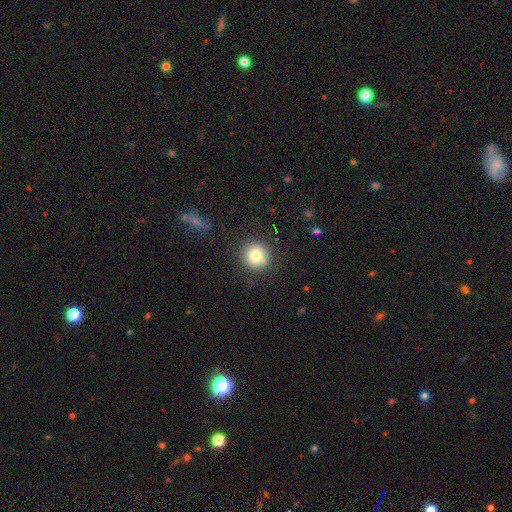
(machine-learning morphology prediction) A smooth galaxy with no disk features (80%) that is round (93%). Merging: none (85%).